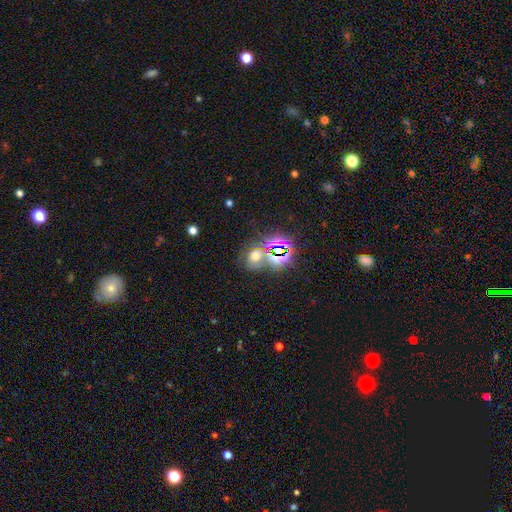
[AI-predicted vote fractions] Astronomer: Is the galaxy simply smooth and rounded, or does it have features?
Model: smooth — 45% (runner-up: star or artifact, 42%).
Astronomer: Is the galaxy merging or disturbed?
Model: none — 54%.